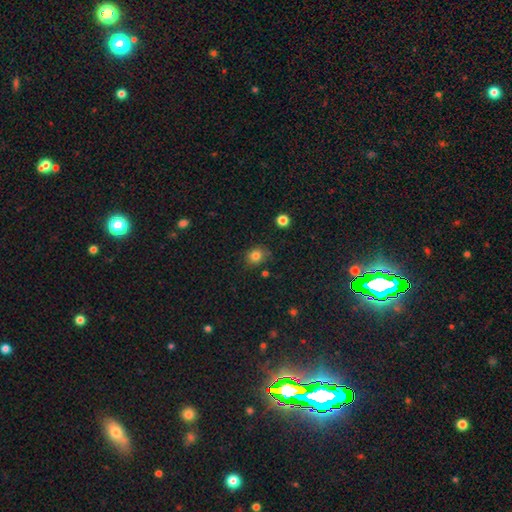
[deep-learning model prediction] Smooth or featured: smooth — 81% (star or artifact — 13%)
How rounded: round — 73% (in between — 26%)
Merging: none — 79% (minor disturbance — 15%)